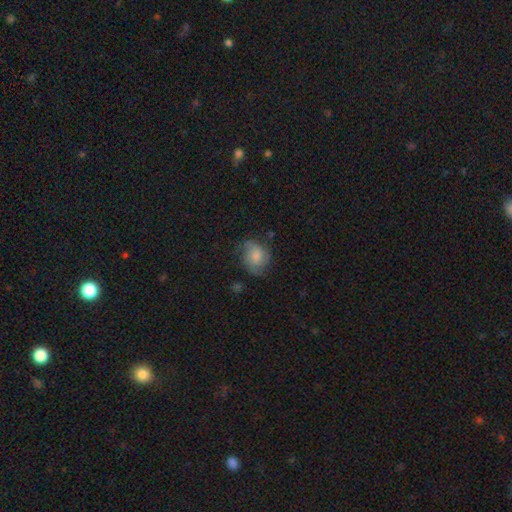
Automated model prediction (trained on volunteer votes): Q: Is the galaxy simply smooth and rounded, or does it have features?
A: smooth — 64%.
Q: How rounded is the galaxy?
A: round — 54%.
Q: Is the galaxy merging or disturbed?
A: none — 55%.